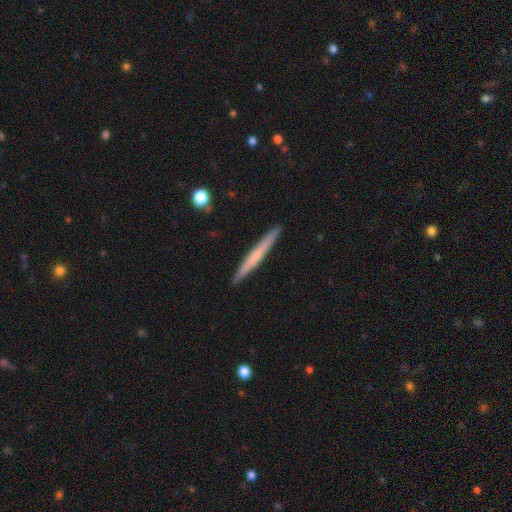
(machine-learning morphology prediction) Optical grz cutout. It shows a smooth galaxy with no disk features (49%). Merging: none (92%).